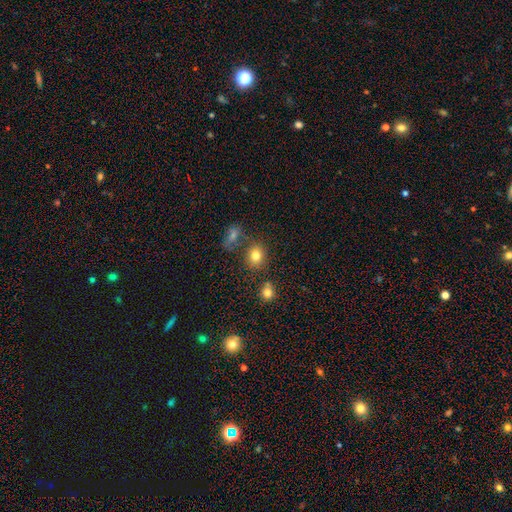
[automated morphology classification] Smooth or featured? Predicted: smooth (p=0.79). How rounded? Predicted: round (p=0.68). Merging? Predicted: none (p=0.72).